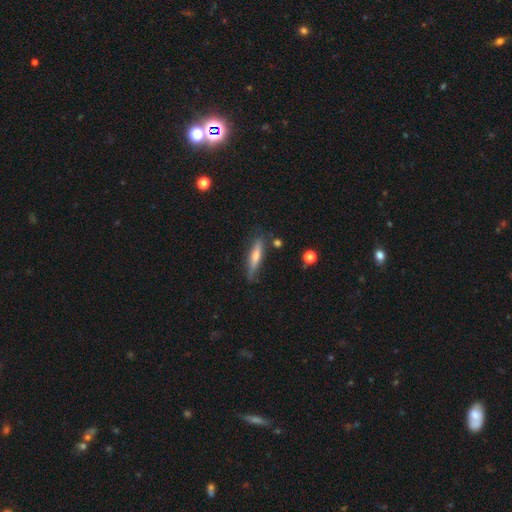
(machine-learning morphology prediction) smooth_or_featured: smooth (p=0.47) [alt: featured or disk p=0.46]
merging: none (p=0.77) [alt: minor disturbance p=0.17]